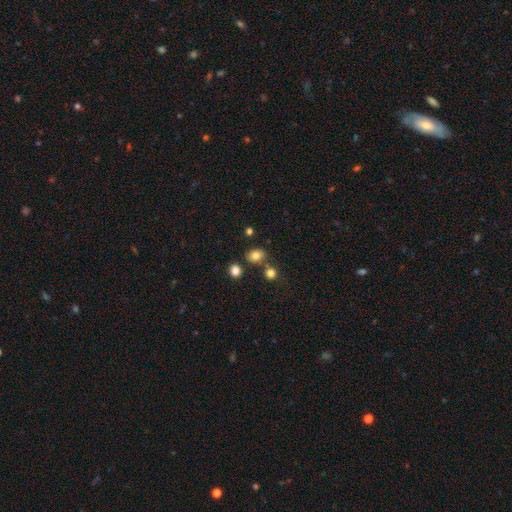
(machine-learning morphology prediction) This is likely a smooth galaxy (79%). How rounded: possibly in between (50%). Merging: likely none (73%).